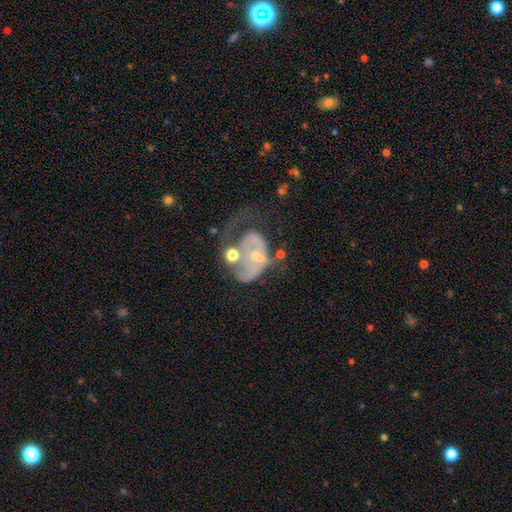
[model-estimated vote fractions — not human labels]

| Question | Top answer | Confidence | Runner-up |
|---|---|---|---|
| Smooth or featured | featured or disk | 71% | smooth (20%) |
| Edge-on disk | no | 97% | yes (3%) |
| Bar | no | 65% | weak (29%) |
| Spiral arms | yes | 58% | no (42%) |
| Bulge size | small | 45% | moderate (38%) |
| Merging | major disturbance | 44% | merger (22%) |